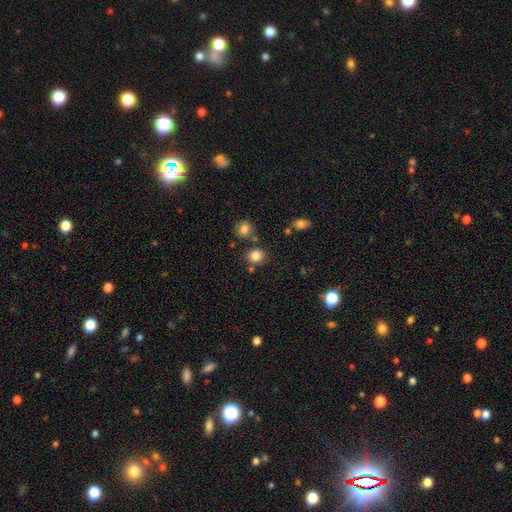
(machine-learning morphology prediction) This appears to be a smooth galaxy with no disk features (83%) that is round (84%). Merging: none (77%).